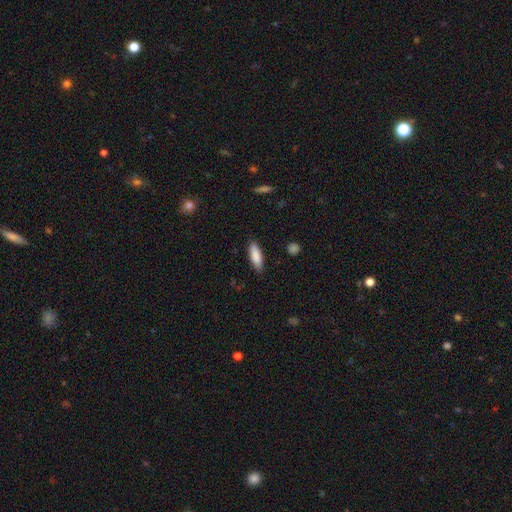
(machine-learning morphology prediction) Overall: smooth (87%). How rounded: in between (58%; cigar-shaped 40%). Merging: none (87%).